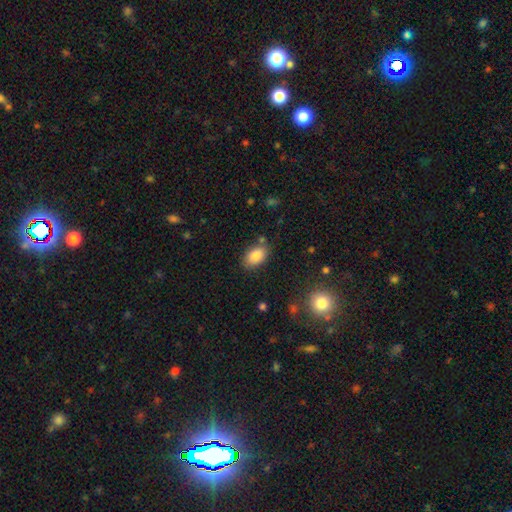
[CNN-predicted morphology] A smooth galaxy with no disk features (86%) that is in between round and cigar-shaped (91%). Merging: none (78%).